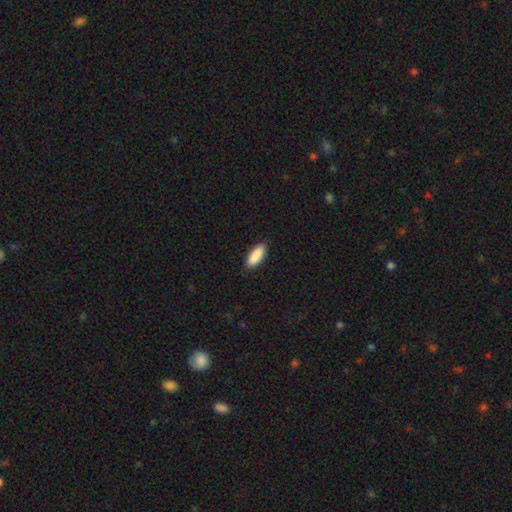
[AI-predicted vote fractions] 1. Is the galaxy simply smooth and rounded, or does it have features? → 90% smooth, 6% star or artifact, 4% featured or disk.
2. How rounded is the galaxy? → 71% in between, 27% cigar-shaped, 2% round.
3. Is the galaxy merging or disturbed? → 88% none, 9% minor disturbance, 2% major disturbance, 1% merger.